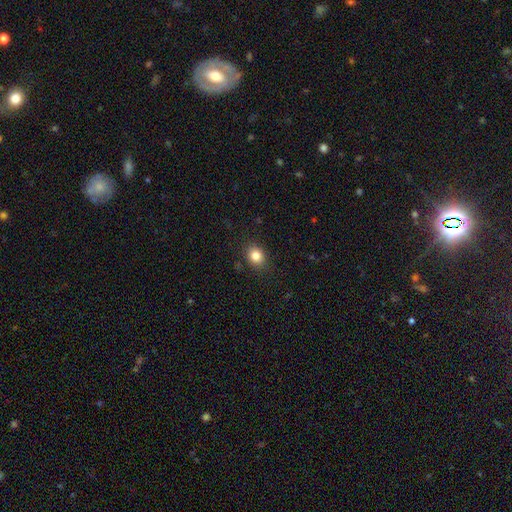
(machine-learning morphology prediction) This appears to be a smooth galaxy with no disk features (83%) that is round (58%). Merging: none (86%).